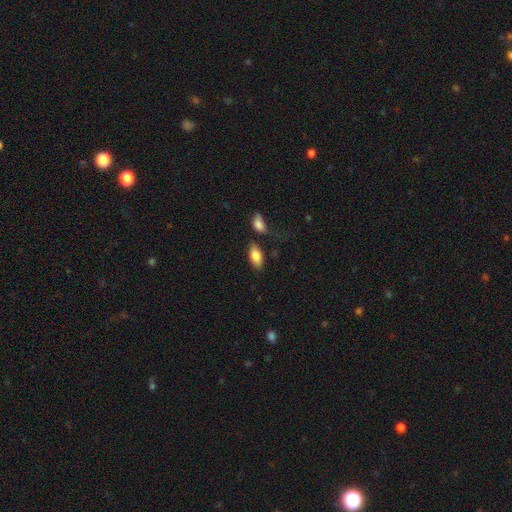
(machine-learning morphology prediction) type=smooth (83%); roundness=in between (91%); merging=none (68%).